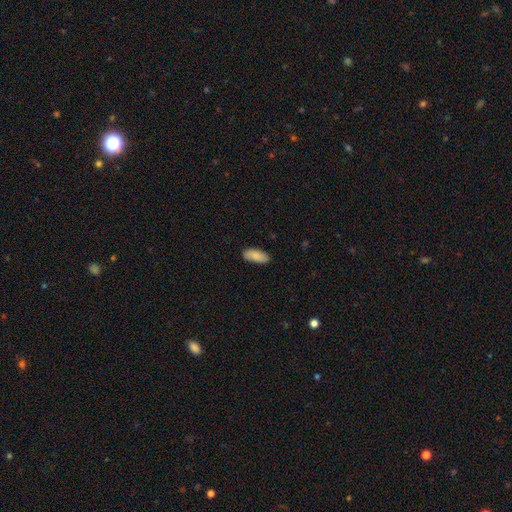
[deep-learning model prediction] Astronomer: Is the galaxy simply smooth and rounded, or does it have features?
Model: smooth — 88%.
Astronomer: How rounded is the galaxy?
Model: in between — 83%.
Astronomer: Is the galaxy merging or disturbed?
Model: none — 87%.